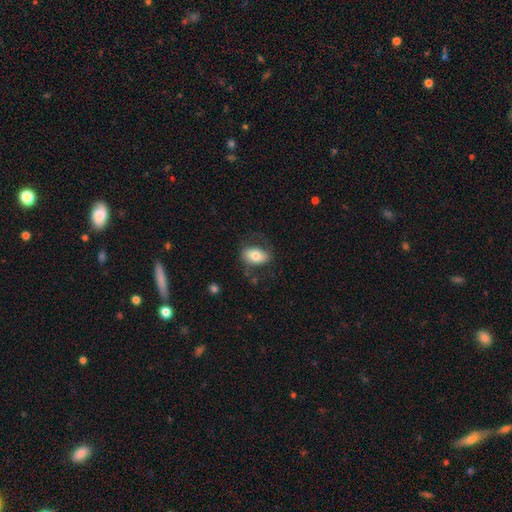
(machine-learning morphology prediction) Smooth or featured? Predicted: smooth (p=0.71). How rounded? Predicted: in between (p=0.89). Merging? Predicted: none (p=0.67).